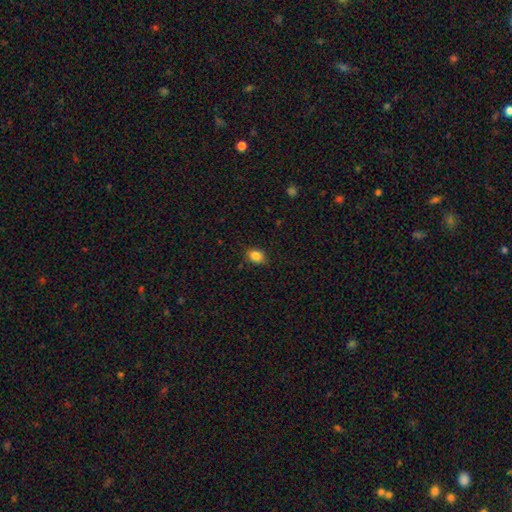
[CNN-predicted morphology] Smooth or featured?
  - smooth: 85% *
  - star or artifact: 10%
  - featured or disk: 5%
How rounded?
  - in between: 65% *
  - round: 34%
  - cigar-shaped: 1%
Merging?
  - none: 84% *
  - minor disturbance: 12%
  - major disturbance: 3%
  - merger: 1%